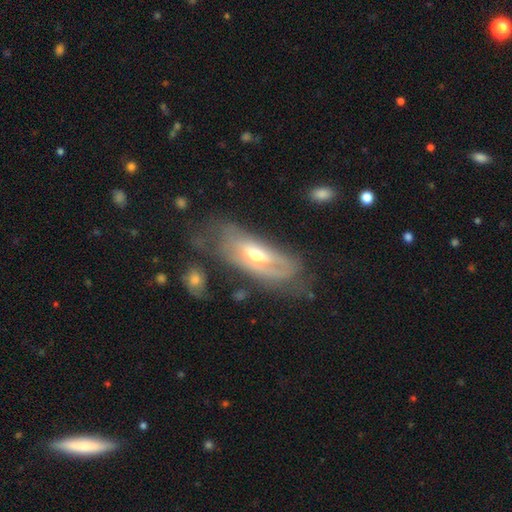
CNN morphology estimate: This is likely a featured or disk galaxy (63%). It is likely not viewed edge-on (77%). Merging: marginally none (44%).